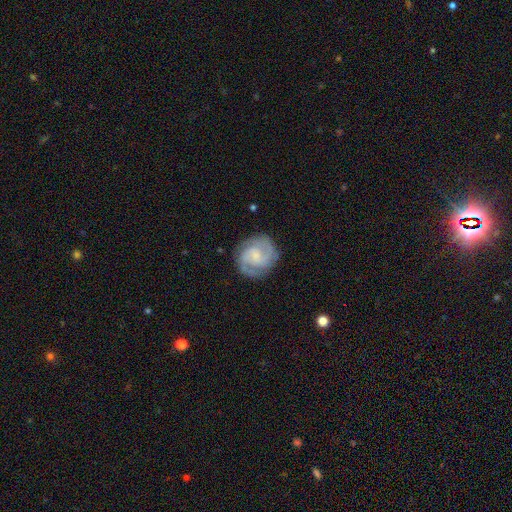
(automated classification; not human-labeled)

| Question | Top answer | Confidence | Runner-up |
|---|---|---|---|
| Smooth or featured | featured or disk | 79% | smooth (16%) |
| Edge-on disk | no | 98% | yes (2%) |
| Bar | no | 46% | tied: weak (46%) |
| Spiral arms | yes | 95% | no (5%) |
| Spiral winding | medium | 45% | tight (44%) |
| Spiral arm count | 2 | 65% | 3 (15%) |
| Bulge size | small | 51% | moderate (26%) |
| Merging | none | 79% | minor disturbance (14%) |